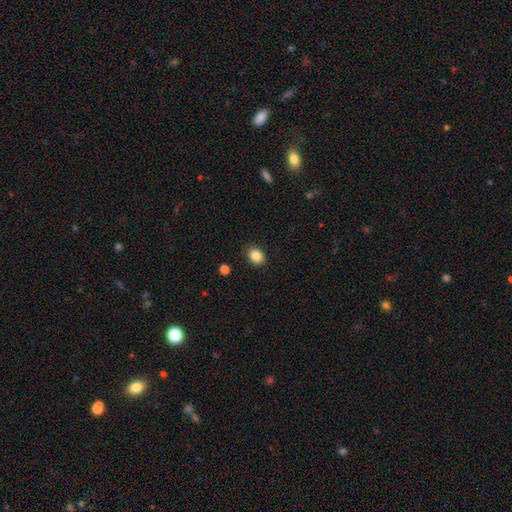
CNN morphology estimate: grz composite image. It shows a smooth galaxy with no disk features (87%) that is in between round and cigar-shaped (62%). Merging: none (88%).